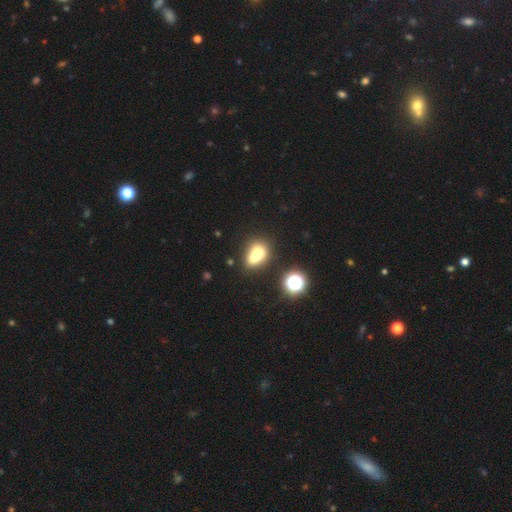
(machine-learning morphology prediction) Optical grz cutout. It shows a smooth galaxy with no disk features (74%) that is in between round and cigar-shaped (72%). Merging: none (61%).